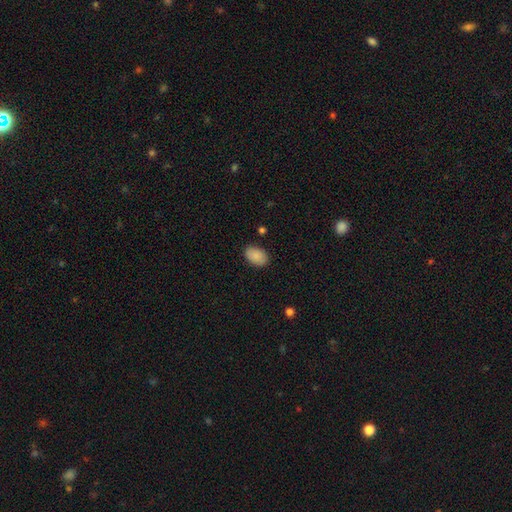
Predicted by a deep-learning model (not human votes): smooth-or-featured: smooth: 89% | star or artifact: 7% | featured or disk: 4%
  how-rounded: in between: 89% | round: 10% | cigar-shaped: 1%
  merging: none: 87% | minor disturbance: 10% | major disturbance: 2% | merger: 1%